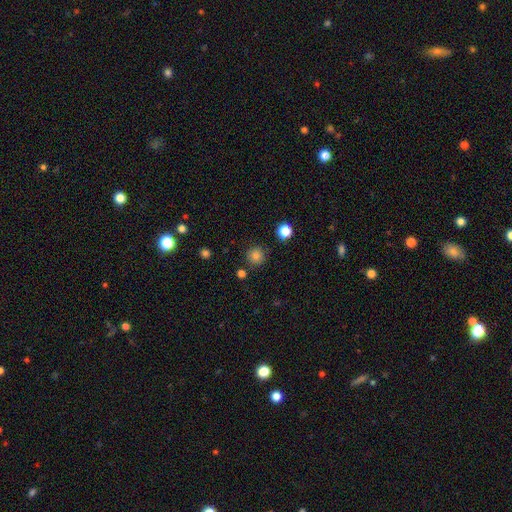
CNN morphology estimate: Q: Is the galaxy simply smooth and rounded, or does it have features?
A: smooth — 83%.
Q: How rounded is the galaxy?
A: round — 94%.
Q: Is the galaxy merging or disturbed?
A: none — 86%.